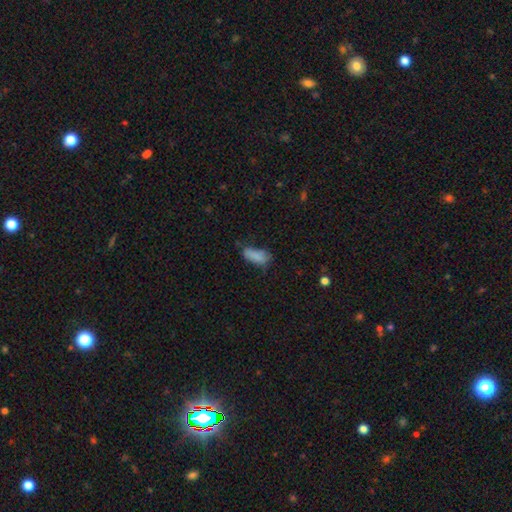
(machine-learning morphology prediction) This is clearly a smooth galaxy (82%). How rounded: clearly in between (84%). Merging: possibly none (47%).